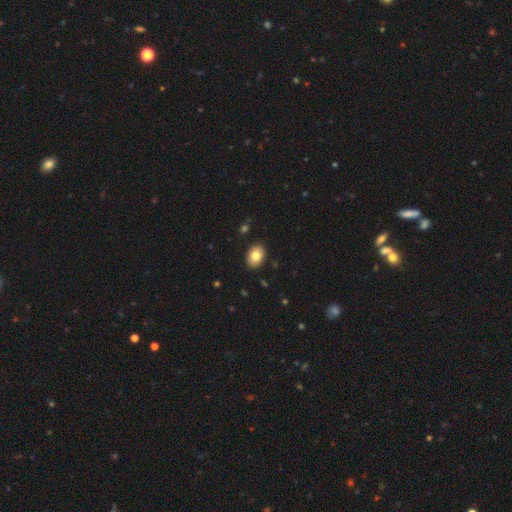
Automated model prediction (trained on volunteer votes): smooth-or-featured: smooth: 81% | featured or disk: 11% | star or artifact: 8%
  how-rounded: in between: 77% | round: 22% | cigar-shaped: 1%
  merging: none: 89% | minor disturbance: 8% | major disturbance: 2% | merger: 1%